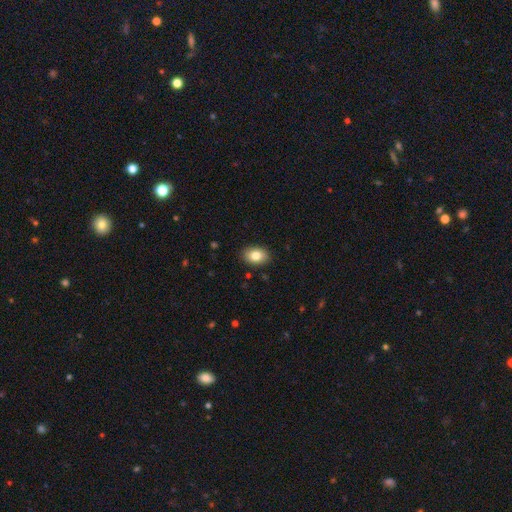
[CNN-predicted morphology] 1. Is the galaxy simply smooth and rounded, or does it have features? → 83% smooth, 9% featured or disk, 8% star or artifact.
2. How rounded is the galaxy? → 82% in between, 17% round, 1% cigar-shaped.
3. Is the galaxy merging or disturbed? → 89% none, 8% minor disturbance, 2% major disturbance, 1% merger.